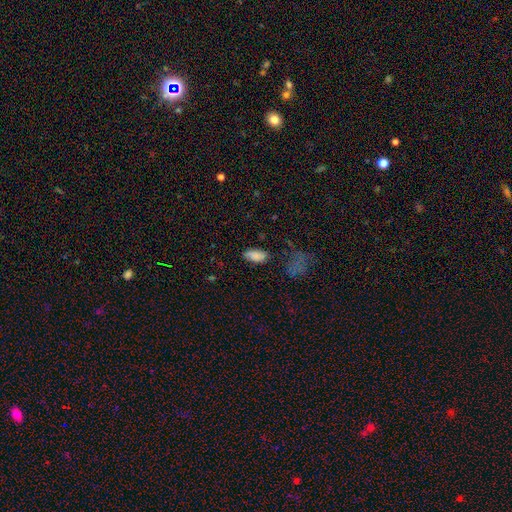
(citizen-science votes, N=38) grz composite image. It shows a smooth galaxy with no disk features (74%) that is in between round and cigar-shaped (93%). Merging: none (66%).